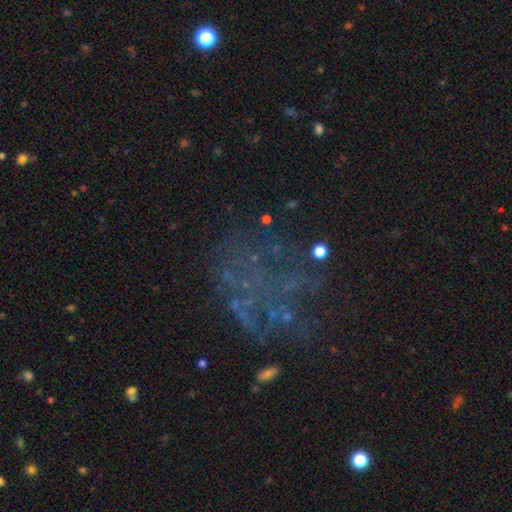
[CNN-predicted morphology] Q: Smooth or featured?
A: featured or disk (44%); runner-up: star or artifact (35%)
Q: Merging?
A: none (48%); runner-up: major disturbance (30%)